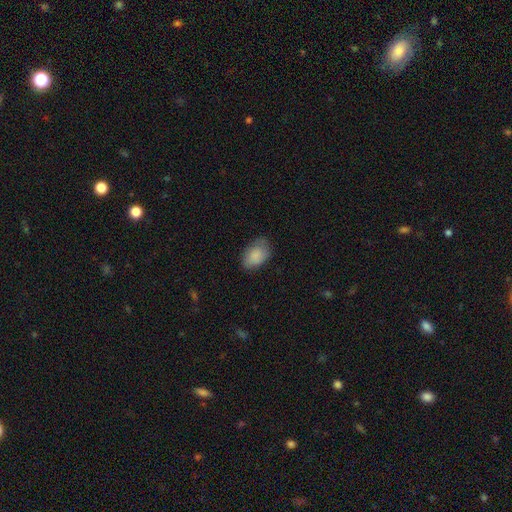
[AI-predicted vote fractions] Smooth or featured? Predicted: smooth (p=0.85). How rounded? Predicted: in between (p=0.88). Merging? Predicted: none (p=0.69).